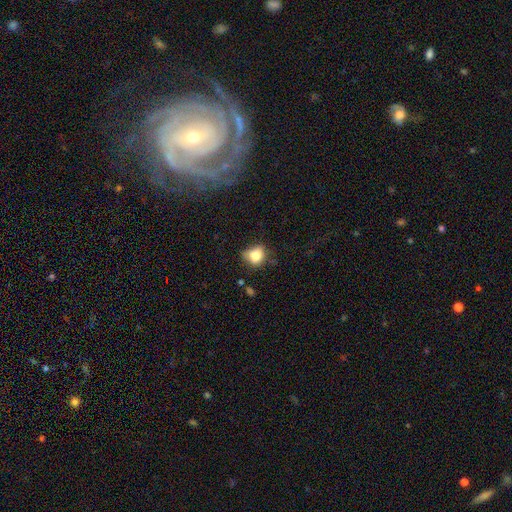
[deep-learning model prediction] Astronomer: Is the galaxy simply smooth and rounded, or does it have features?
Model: smooth — 81%.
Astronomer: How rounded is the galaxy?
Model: round — 62%.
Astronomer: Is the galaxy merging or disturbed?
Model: none — 57%.